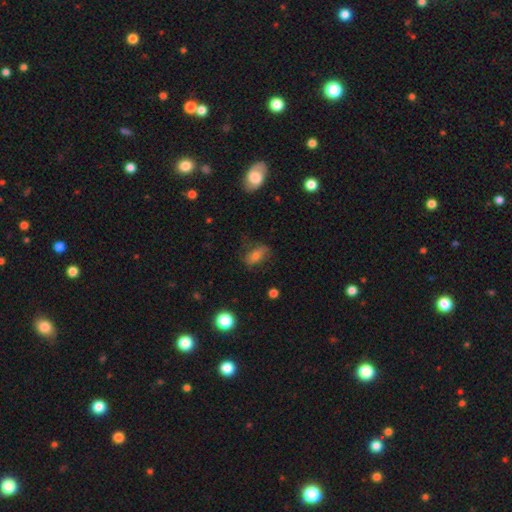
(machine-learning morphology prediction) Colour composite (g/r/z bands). It shows a smooth galaxy with no disk features (66%) that is in between round and cigar-shaped (82%). Merging: none (61%).